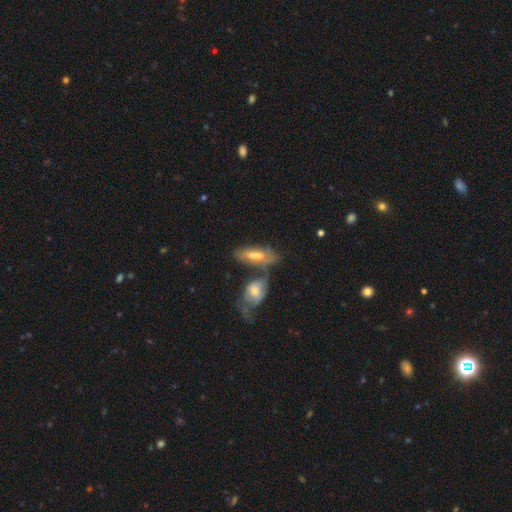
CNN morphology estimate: Smooth or featured? Predicted: smooth (p=0.46). Merging? Predicted: merger (p=0.41).